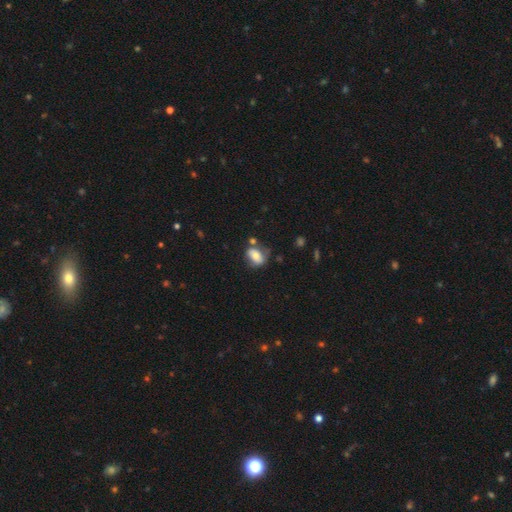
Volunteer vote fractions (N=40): smooth 72%, featured or disk 25%, star or artifact 2%. Down the decision tree: how rounded — in between (76%); merging — none (59%).